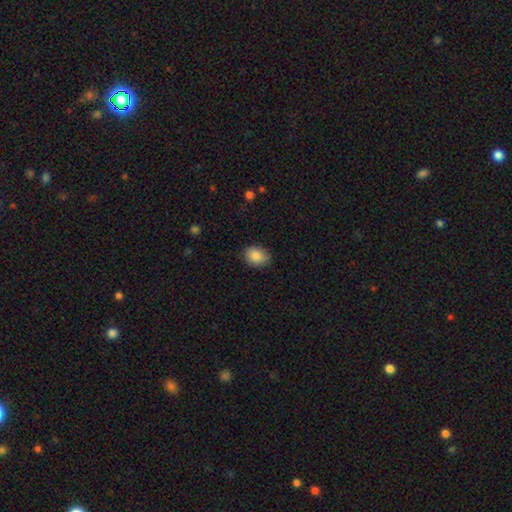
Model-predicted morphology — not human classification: type=smooth (87%); roundness=in between (56%); merging=none (84%).